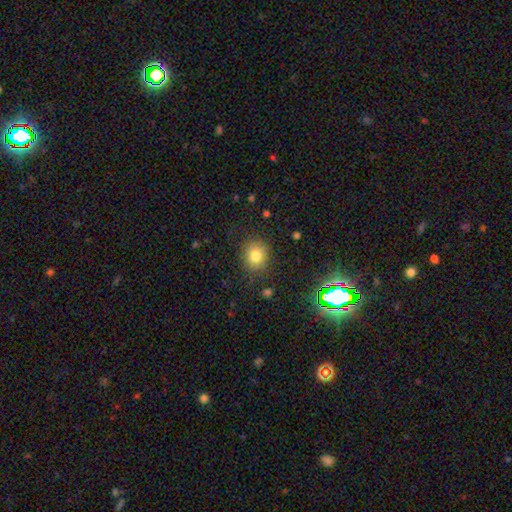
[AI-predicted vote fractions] A smooth galaxy with no disk features (79%) that is round (72%).

Vote fractions:
- Smooth or featured? smooth: 79% / star or artifact: 13% / featured or disk: 8%
- How rounded? round: 72% / in between: 27% / cigar-shaped: 1%
- Merging? none: 85% / minor disturbance: 10% / major disturbance: 3% / merger: 2%